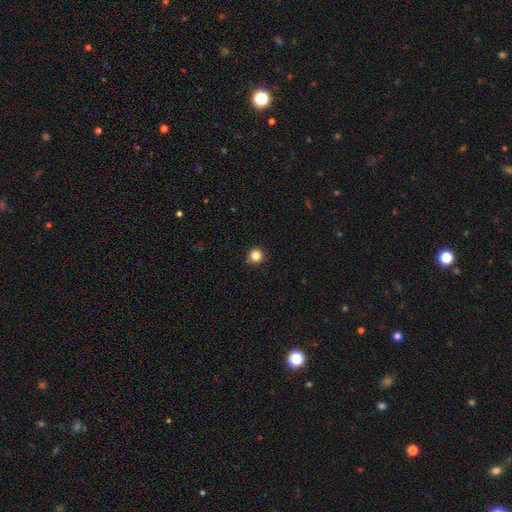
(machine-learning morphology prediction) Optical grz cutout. It shows a smooth galaxy with no disk features (84%) that is round (95%). Merging: none (92%).